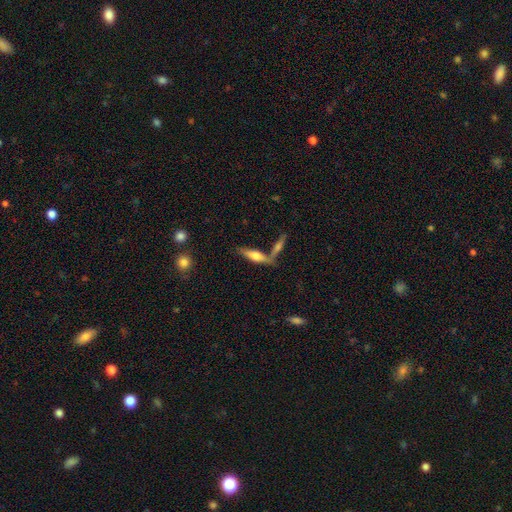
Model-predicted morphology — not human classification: Smooth or featured?
  - smooth: 49% *
  - featured or disk: 44%
  - star or artifact: 7%
Merging?
  - none: 57% *
  - merger: 28%
  - minor disturbance: 11%
  - major disturbance: 4%